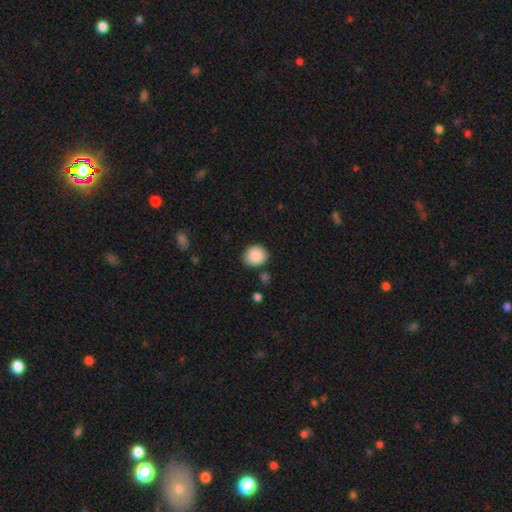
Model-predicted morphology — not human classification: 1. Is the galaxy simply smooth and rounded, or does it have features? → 88% smooth, 8% star or artifact, 5% featured or disk.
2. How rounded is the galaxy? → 66% round, 33% in between, 1% cigar-shaped.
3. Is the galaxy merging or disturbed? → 80% none, 14% minor disturbance, 3% merger, 3% major disturbance.